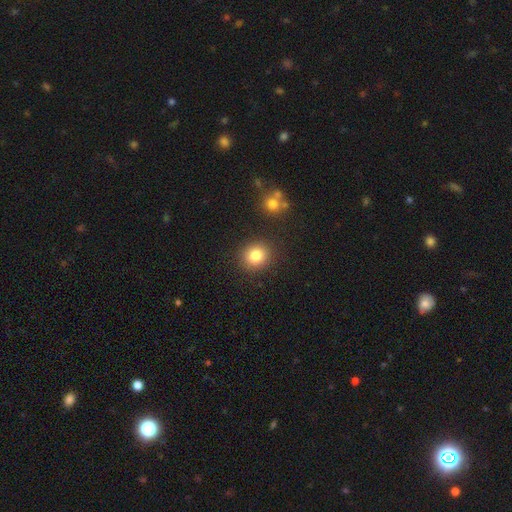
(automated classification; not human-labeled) Smooth or featured? smooth (83%)
How rounded? round (81%)
Merging? none (86%)